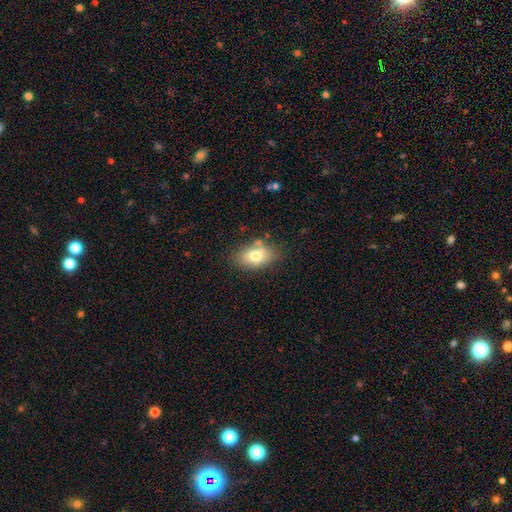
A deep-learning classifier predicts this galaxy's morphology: smooth-or-featured: smooth: 75% | featured or disk: 16% | star or artifact: 8%
  how-rounded: in between: 87% | round: 11% | cigar-shaped: 2%
  merging: none: 73% | minor disturbance: 17% | merger: 6% | major disturbance: 4%